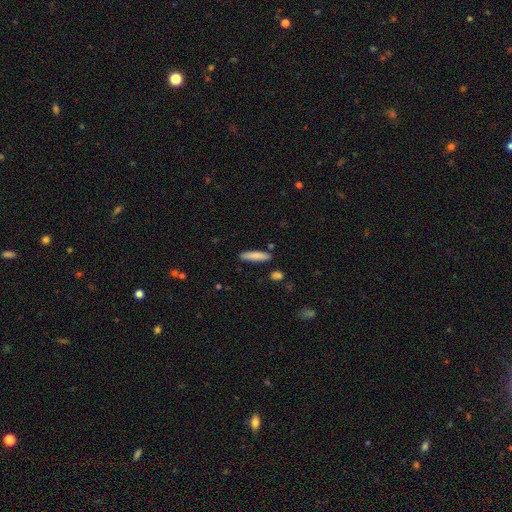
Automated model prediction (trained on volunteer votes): smooth-or-featured: smooth: 83% | featured or disk: 11% | star or artifact: 6%
  how-rounded: cigar-shaped: 80% | in between: 19% | round: 2%
  merging: none: 86% | minor disturbance: 9% | merger: 3% | major disturbance: 2%